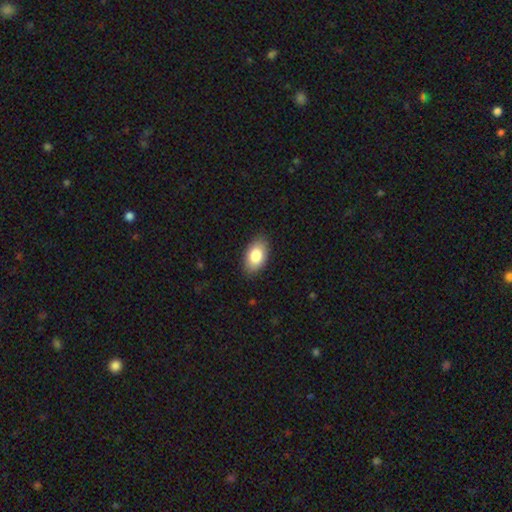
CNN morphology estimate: type=smooth (83%); roundness=in between (93%); merging=none (86%).